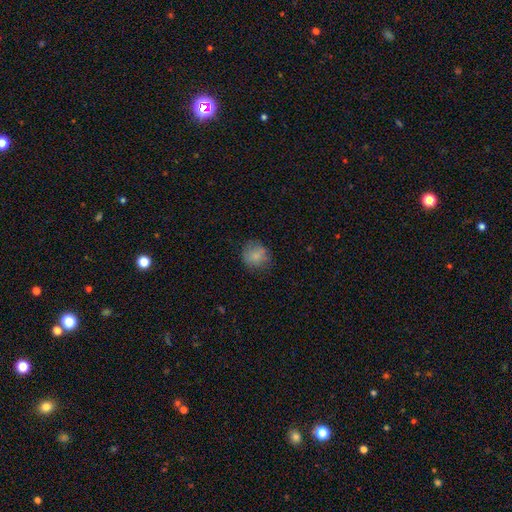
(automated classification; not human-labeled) Smooth or featured? smooth (80%)
How rounded? round (82%)
Merging? none (73%)